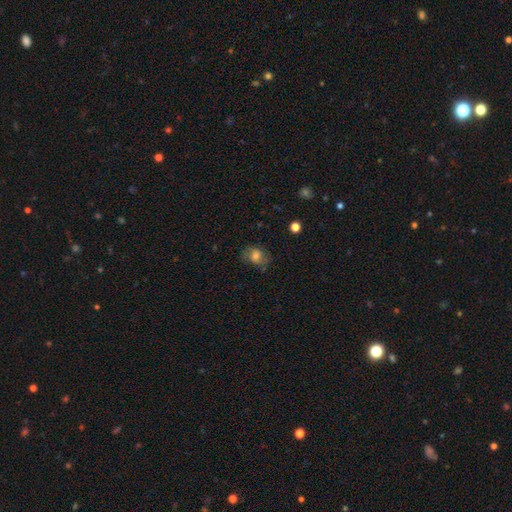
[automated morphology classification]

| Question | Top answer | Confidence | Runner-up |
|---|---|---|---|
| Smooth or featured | smooth | 66% | featured or disk (24%) |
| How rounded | in between | 58% | round (40%) |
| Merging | none | 63% | minor disturbance (23%) |